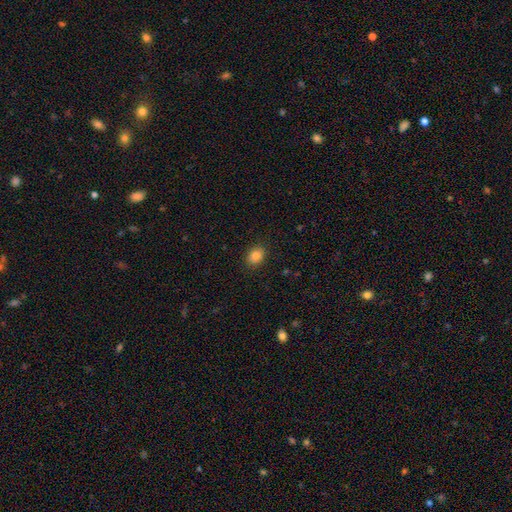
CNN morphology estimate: Q: Smooth or featured?
A: smooth (85%); runner-up: star or artifact (10%)
Q: How rounded?
A: in between (64%); runner-up: round (35%)
Q: Merging?
A: none (89%); runner-up: minor disturbance (8%)